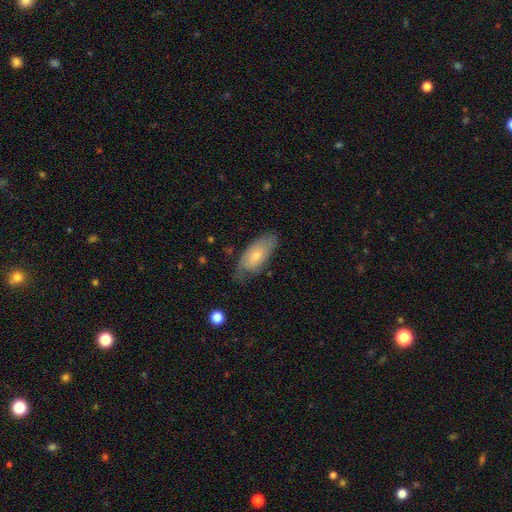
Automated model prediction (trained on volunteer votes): smooth-or-featured: smooth: 63% | featured or disk: 31% | star or artifact: 6%
  how-rounded: in between: 85% | cigar-shaped: 13% | round: 2%
  merging: none: 58% | minor disturbance: 31% | major disturbance: 9% | merger: 2%